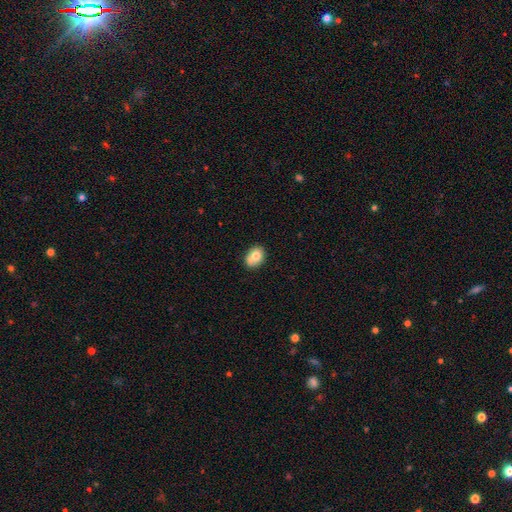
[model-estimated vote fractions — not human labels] Morphology: type=smooth (75%); roundness=in between (57%); merging=none (60%).